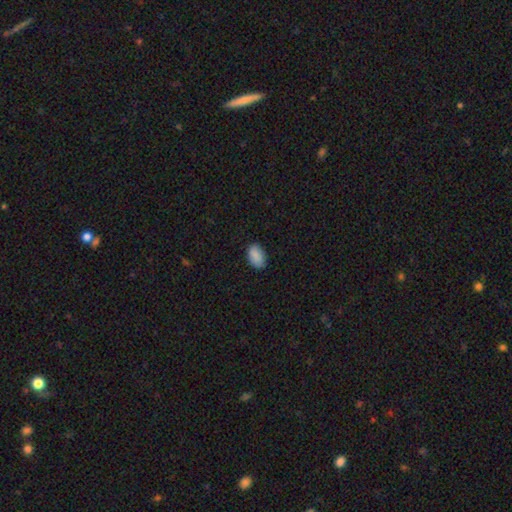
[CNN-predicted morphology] Smooth or featured: smooth — 89% (star or artifact — 7%)
How rounded: in between — 92% (round — 7%)
Merging: none — 85% (minor disturbance — 12%)